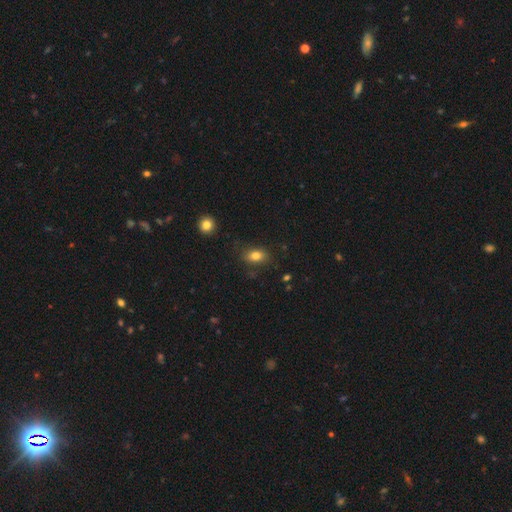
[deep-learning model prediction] Smooth or featured? smooth (82%)
How rounded? in between (82%)
Merging? none (81%)